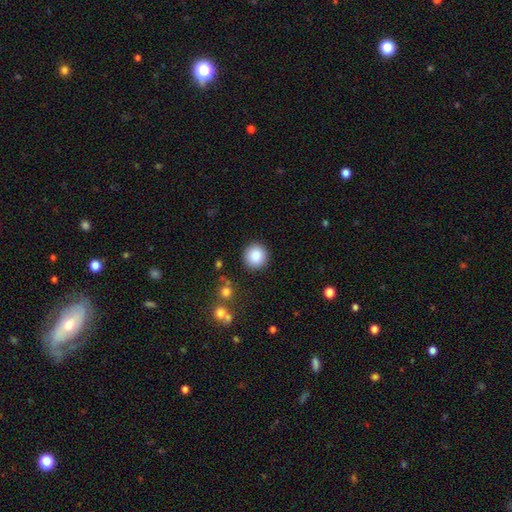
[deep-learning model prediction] Smooth or featured? smooth (87%)
How rounded? round (93%)
Merging? none (90%)